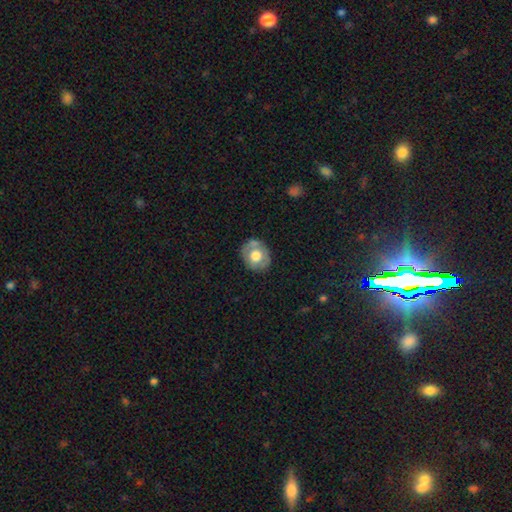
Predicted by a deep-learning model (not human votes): Morphology: type=smooth (53%); roundness=round (67%); merging=none (72%).